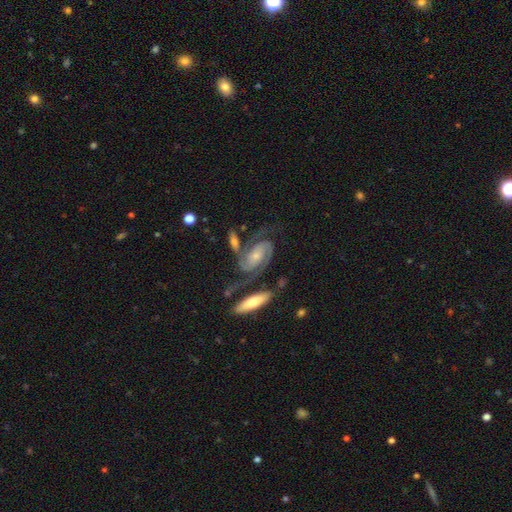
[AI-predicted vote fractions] smooth-or-featured: featured or disk: 89% | smooth: 6% | star or artifact: 5%
  disk-edge-on: no: 96% | yes: 4%
    bar: no: 62% | weak: 27% | strong: 12%
    has-spiral-arms: yes: 98% | no: 2%
      spiral-winding: tight: 45% | medium: 44% | loose: 11%
      spiral-arm-count: 2: 89% | 3: 4% | can't tell: 3% | 1: 2% | 4: 1% | more than 4: 1%
    bulge-size: small: 61% | moderate: 28% | none: 5% | large: 4% | dominant: 2%
  merging: none: 54% | merger: 18% | minor disturbance: 16% | major disturbance: 12%